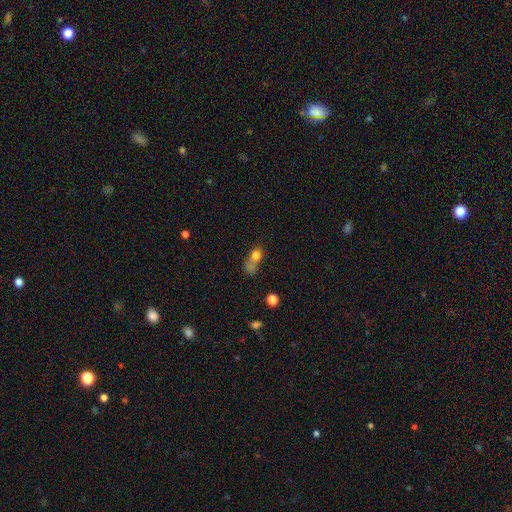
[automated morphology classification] smooth 73%, featured or disk 14%, star or artifact 14%. Down the decision tree: how rounded — round (58%); merging — merger (48%).